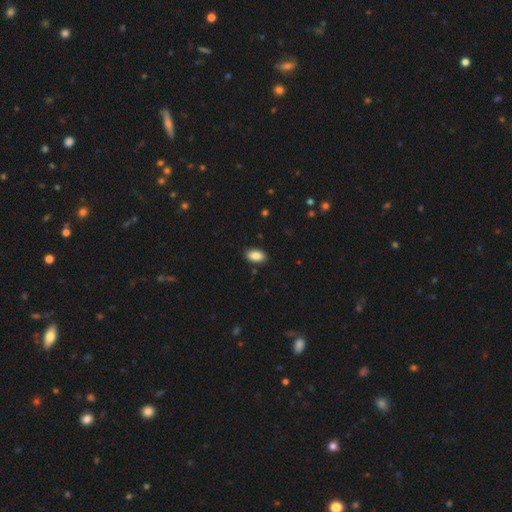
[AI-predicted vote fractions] The model was most divided on "smooth or featured": smooth: 88%, star or artifact: 8%, featured or disk: 5%. More confident: how rounded — in between (93%); merging — none (89%).